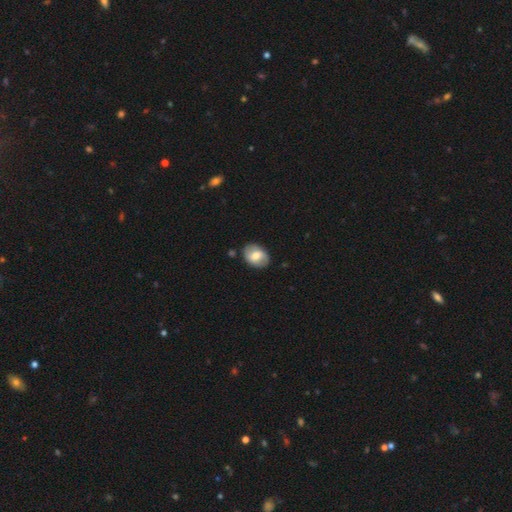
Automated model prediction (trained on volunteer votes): Smooth or featured: smooth — 62% (featured or disk — 31%)
How rounded: in between — 70% (round — 29%)
Merging: none — 82% (minor disturbance — 13%)